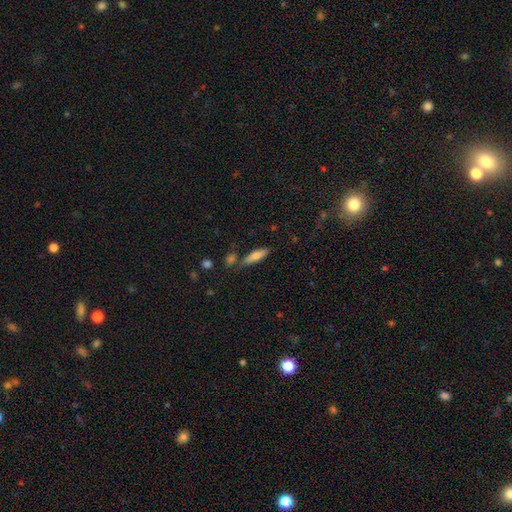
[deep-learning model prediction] Morphology: type=smooth (71%); roundness=cigar-shaped (59%); merging=none (70%).